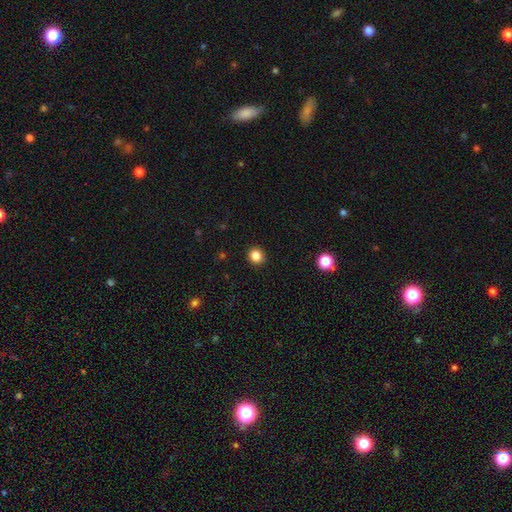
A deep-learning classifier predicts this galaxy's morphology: Q: Smooth or featured?
A: smooth (85%); runner-up: star or artifact (11%)
Q: How rounded?
A: round (88%); runner-up: in between (11%)
Q: Merging?
A: none (92%); runner-up: minor disturbance (5%)